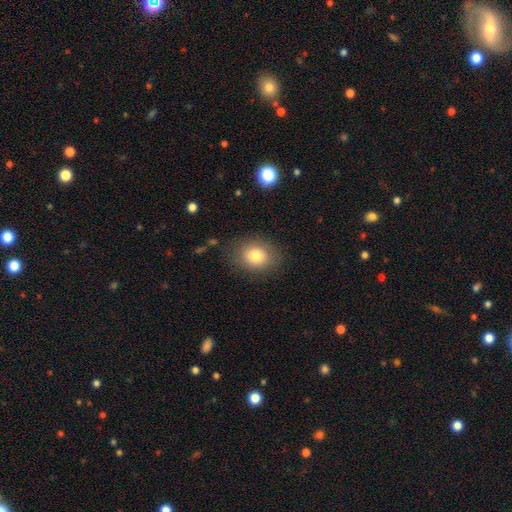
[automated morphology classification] Smooth or featured? smooth (79%)
How rounded? round (54%)
Merging? none (80%)